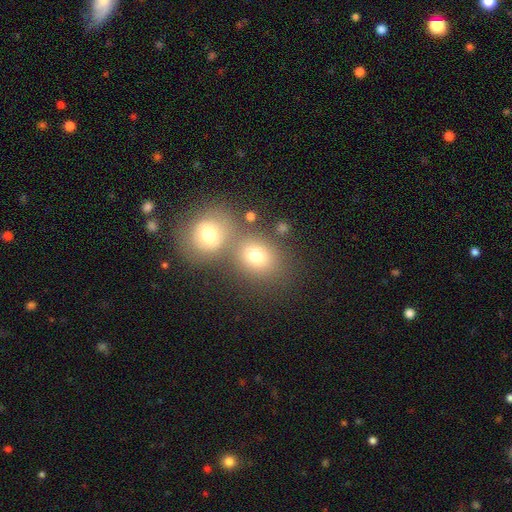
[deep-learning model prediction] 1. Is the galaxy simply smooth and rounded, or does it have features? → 74% smooth, 13% featured or disk, 13% star or artifact.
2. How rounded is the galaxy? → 64% round, 35% in between, 1% cigar-shaped.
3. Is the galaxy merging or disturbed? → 50% none, 36% merger, 10% minor disturbance, 4% major disturbance.